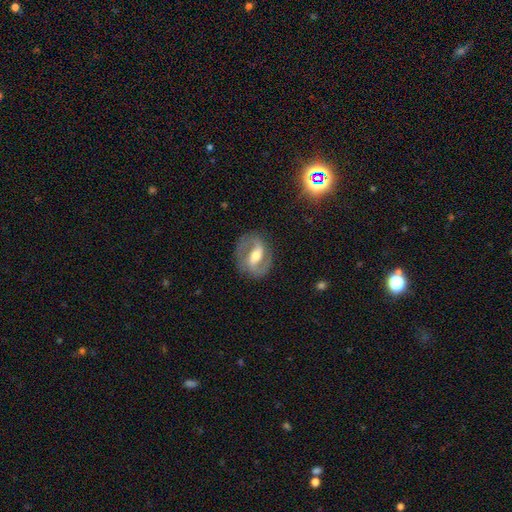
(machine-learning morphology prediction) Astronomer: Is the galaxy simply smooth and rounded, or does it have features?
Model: featured or disk — 83%.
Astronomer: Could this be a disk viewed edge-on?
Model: no — 96%.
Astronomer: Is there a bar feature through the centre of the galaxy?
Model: strong — 47% (runner-up: weak, 38%).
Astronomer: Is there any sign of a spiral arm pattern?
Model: yes — 91%.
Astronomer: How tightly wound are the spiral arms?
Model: medium — 55%.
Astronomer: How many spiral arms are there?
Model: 2 — 91%.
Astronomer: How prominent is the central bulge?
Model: moderate — 66%.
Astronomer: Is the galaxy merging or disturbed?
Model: none — 82%.